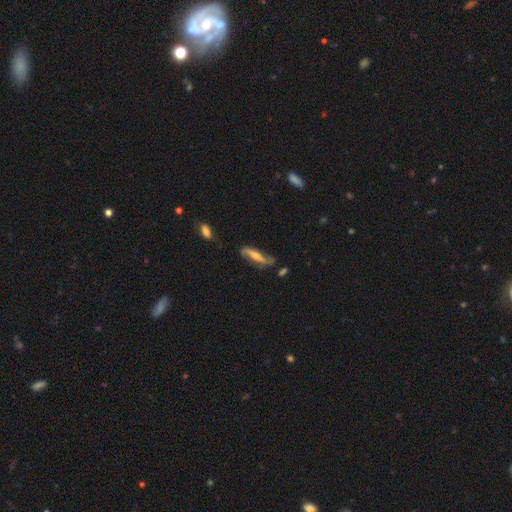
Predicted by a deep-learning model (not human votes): A featured or disk galaxy (72%).

Vote fractions:
- Smooth or featured? featured or disk: 72% / smooth: 22% / star or artifact: 6%
- Edge-on disk? no: 59% / yes: 41%
- Merging? none: 65% / minor disturbance: 23% / major disturbance: 8% / merger: 4%